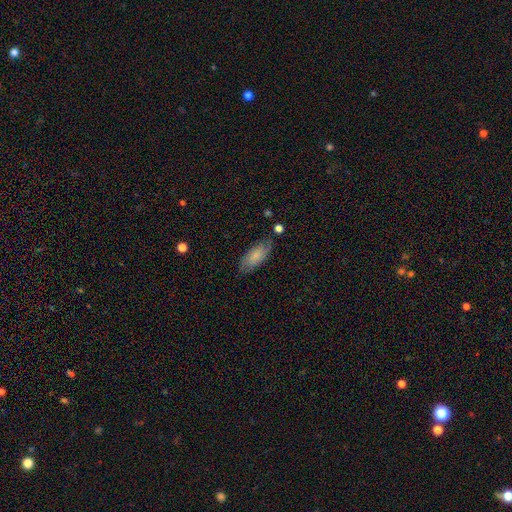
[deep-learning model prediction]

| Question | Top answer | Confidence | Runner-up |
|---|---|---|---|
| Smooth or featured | smooth | 75% | featured or disk (18%) |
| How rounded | in between | 81% | cigar-shaped (17%) |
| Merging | none | 74% | minor disturbance (19%) |